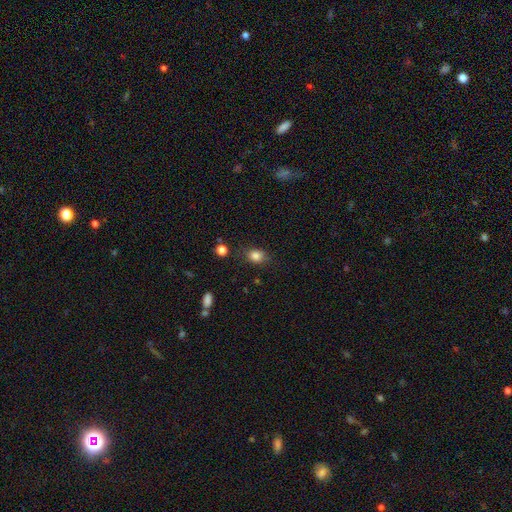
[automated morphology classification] Smooth or featured? smooth (83%)
How rounded? in between (54%)
Merging? none (79%)